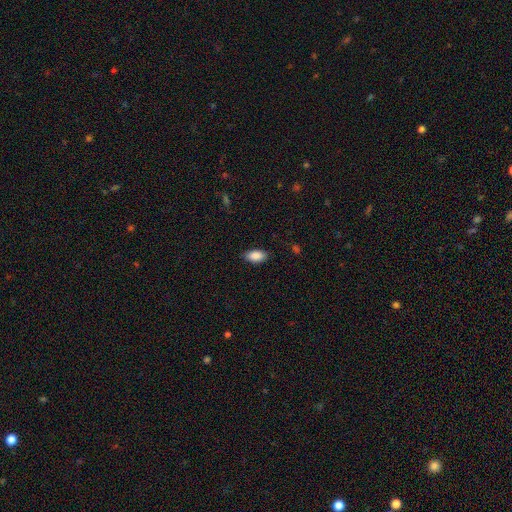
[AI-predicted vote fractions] Smooth or featured? Predicted: smooth (p=0.89). How rounded? Predicted: in between (p=0.93). Merging? Predicted: none (p=0.86).